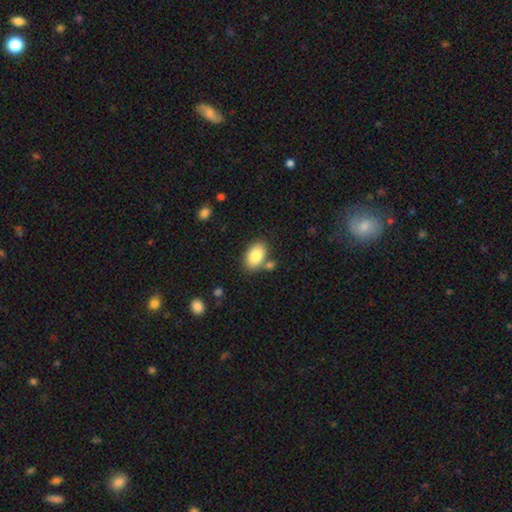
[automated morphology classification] Smooth or featured? Predicted: smooth (p=0.84). How rounded? Predicted: in between (p=0.92). Merging? Predicted: none (p=0.73).